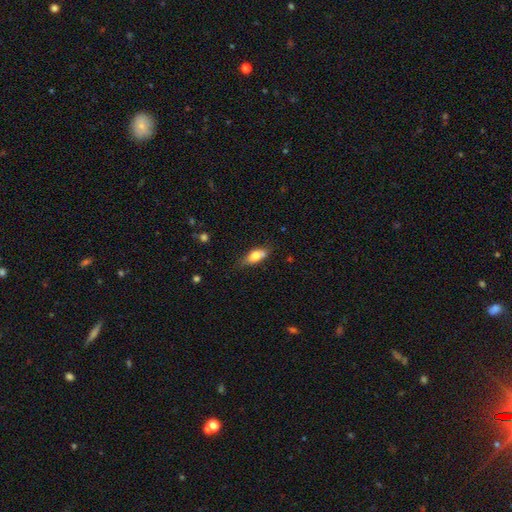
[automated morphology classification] The model was most divided on "merging": none: 59%, minor disturbance: 25%, merger: 11%, major disturbance: 6%. More confident: how rounded — in between (78%); smooth or featured — smooth (71%).